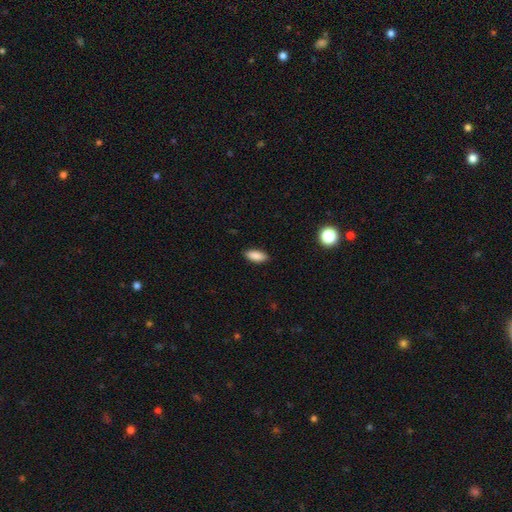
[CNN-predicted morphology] This is clearly a smooth galaxy (87%). How rounded: clearly in between (82%). Merging: clearly none (88%).